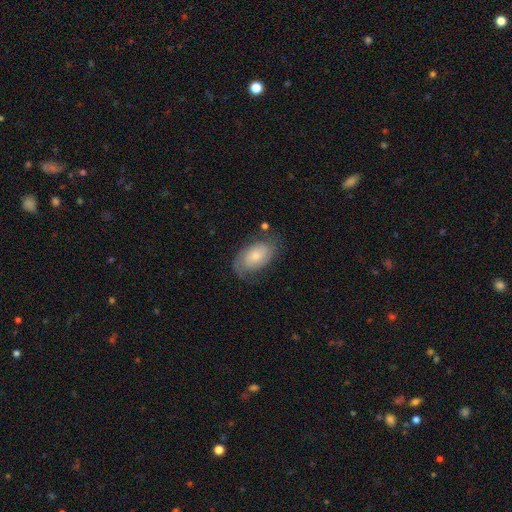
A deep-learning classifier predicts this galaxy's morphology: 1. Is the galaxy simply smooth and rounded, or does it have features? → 53% smooth, 40% featured or disk, 7% star or artifact.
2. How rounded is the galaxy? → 92% in between, 6% round, 2% cigar-shaped.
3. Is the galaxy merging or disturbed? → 64% none, 24% minor disturbance, 10% major disturbance, 2% merger.